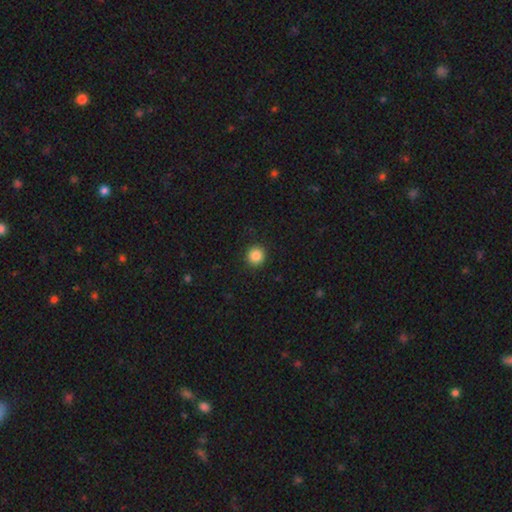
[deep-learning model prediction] A smooth galaxy with no disk features (86%) that is round (94%). Merging: none (92%).